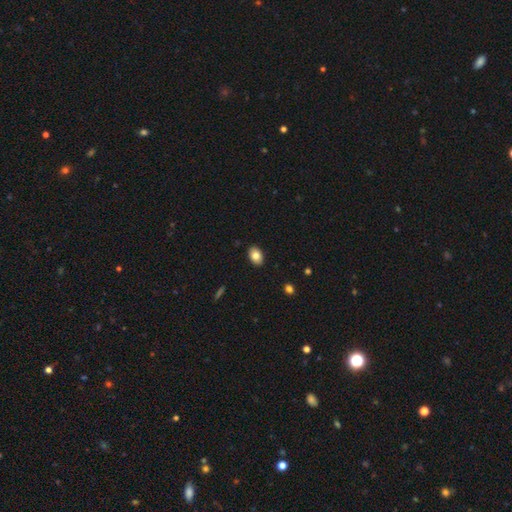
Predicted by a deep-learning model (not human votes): This is clearly a smooth galaxy (83%). How rounded: clearly in between (83%). Merging: clearly none (89%).